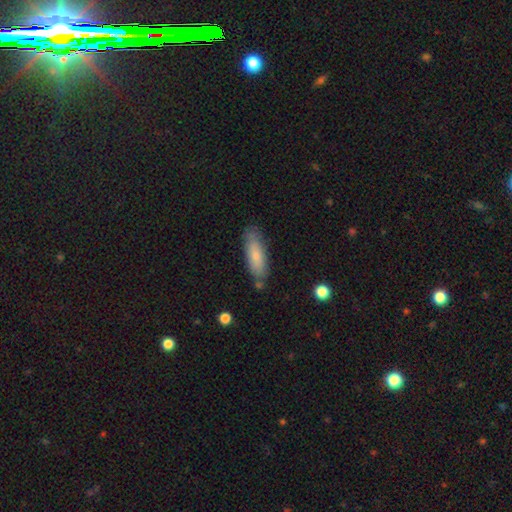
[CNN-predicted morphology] type=smooth (76%); roundness=in between (54%); merging=none (73%).